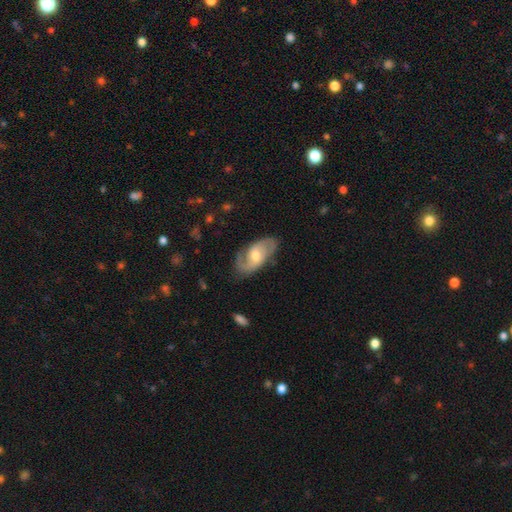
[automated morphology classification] Q: Smooth or featured?
A: featured or disk (78%); runner-up: smooth (17%)
Q: Edge-on disk?
A: no (94%); runner-up: yes (6%)
Q: Bar?
A: no (53%); runner-up: weak (38%)
Q: Spiral arms?
A: yes (92%); runner-up: no (8%)
Q: Spiral winding?
A: medium (46%); runner-up: tight (31%)
Q: Spiral arm count?
A: 2 (77%); runner-up: can't tell (10%)
Q: Bulge size?
A: moderate (65%); runner-up: small (29%)
Q: Merging?
A: none (74%); runner-up: minor disturbance (18%)